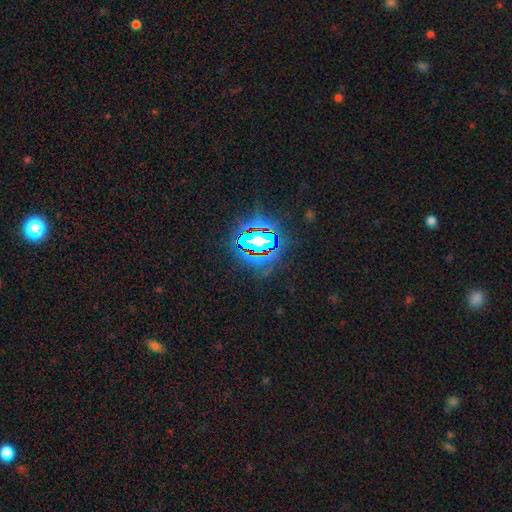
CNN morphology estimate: Smooth or featured: star or artifact — 81% (smooth — 12%)